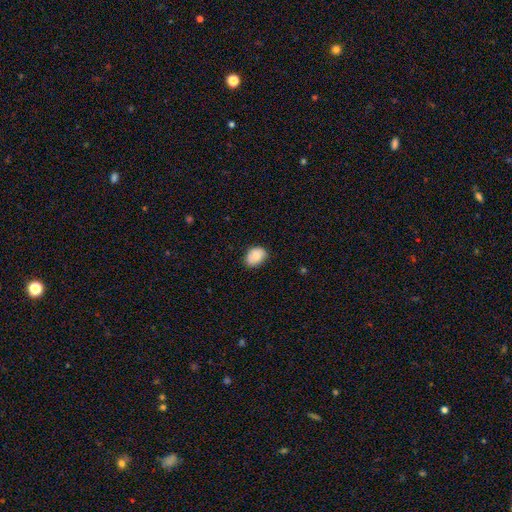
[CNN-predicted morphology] Smooth or featured? Predicted: smooth (p=0.80). How rounded? Predicted: in between (p=0.72). Merging? Predicted: none (p=0.73).